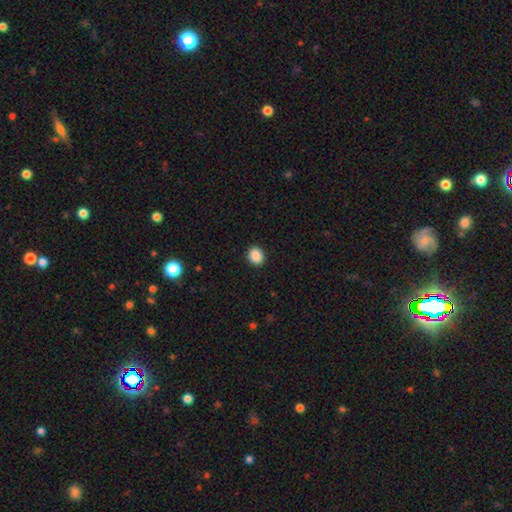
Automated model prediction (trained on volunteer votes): A smooth galaxy with no disk features (88%) that is round (68%). Merging: none (92%).